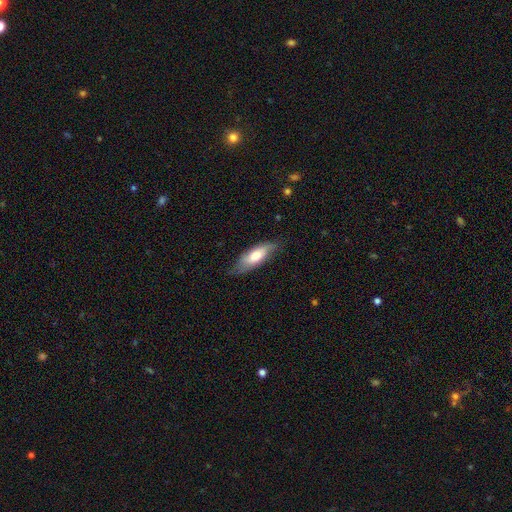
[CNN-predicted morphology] smooth_or_featured: smooth (p=0.62) [alt: featured or disk p=0.32]
how_rounded: in between (p=0.62) [alt: cigar-shaped p=0.36]
merging: none (p=0.64) [alt: minor disturbance p=0.29]